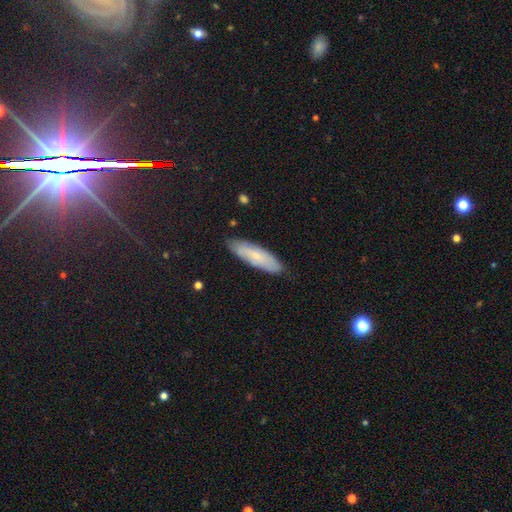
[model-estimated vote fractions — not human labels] Morphology: type=smooth (59%); roundness=cigar-shaped (59%); merging=none (85%).